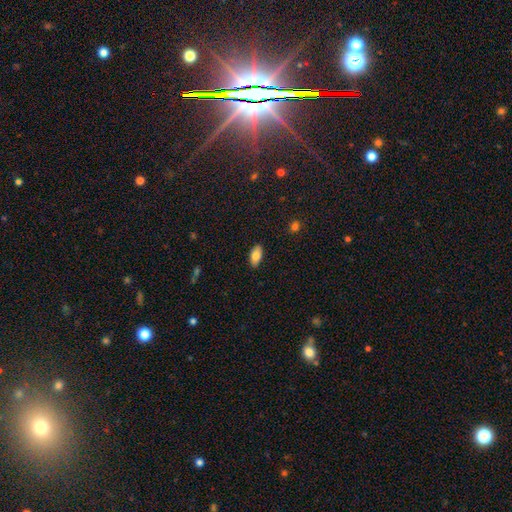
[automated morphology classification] A smooth galaxy with no disk features (80%) that is in between round and cigar-shaped (92%). Merging: none (88%).